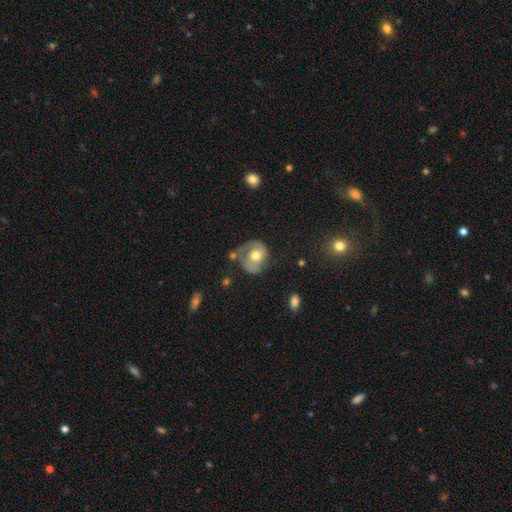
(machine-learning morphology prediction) Overall: featured or disk (60%; smooth 34%). Edge-on disk: no (97%). Bar: no (75%). Spiral arms: yes (74%). Bulge size: moderate (73%). Merging: none (46%; minor disturbance 26%).